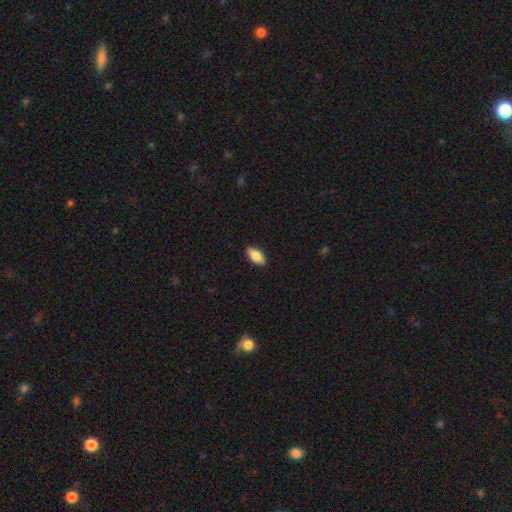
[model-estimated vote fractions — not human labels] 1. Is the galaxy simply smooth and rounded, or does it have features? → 86% smooth, 8% featured or disk, 6% star or artifact.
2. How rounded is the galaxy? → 89% in between, 9% cigar-shaped, 2% round.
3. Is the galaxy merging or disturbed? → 90% none, 8% minor disturbance, 2% major disturbance, 1% merger.